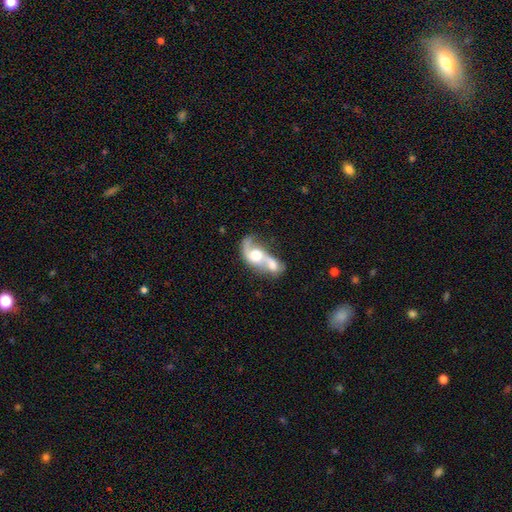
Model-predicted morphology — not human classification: smooth-or-featured: featured or disk: 62% | smooth: 32% | star or artifact: 7%
  disk-edge-on: no: 95% | yes: 5%
    bar: no: 71% | weak: 24% | strong: 5%
    has-spiral-arms: yes: 75% | no: 25%
    bulge-size: moderate: 50% | large: 32% | small: 10% | none: 4% | dominant: 4%
  merging: merger: 80% | none: 9% | major disturbance: 7% | minor disturbance: 5%